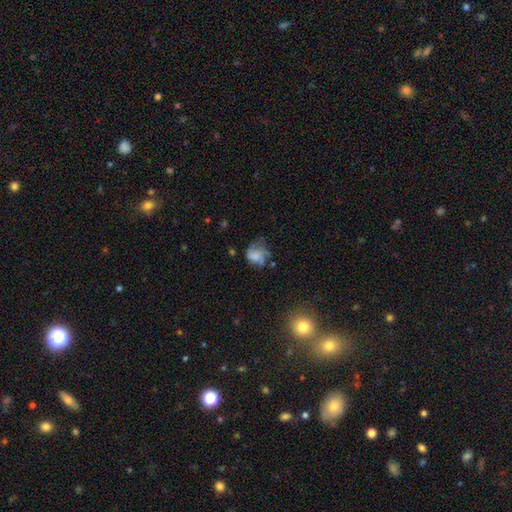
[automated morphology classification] smooth 54%, featured or disk 35%, star or artifact 12%. Down the decision tree: how rounded — round (53%); merging — none (39%).